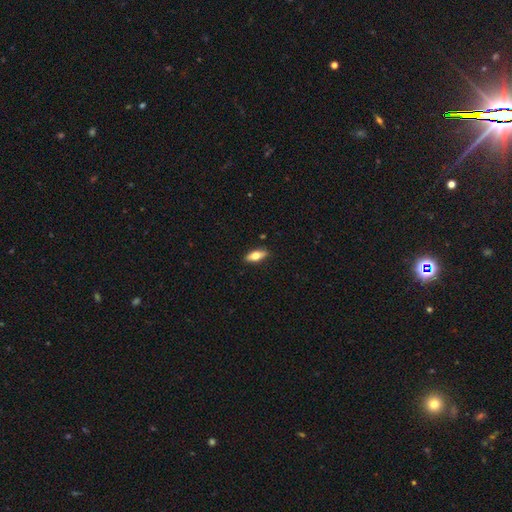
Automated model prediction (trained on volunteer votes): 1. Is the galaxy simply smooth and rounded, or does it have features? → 62% smooth, 32% featured or disk, 6% star or artifact.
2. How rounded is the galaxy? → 71% in between, 26% cigar-shaped, 3% round.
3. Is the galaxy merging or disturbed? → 89% none, 8% minor disturbance, 2% major disturbance, 1% merger.